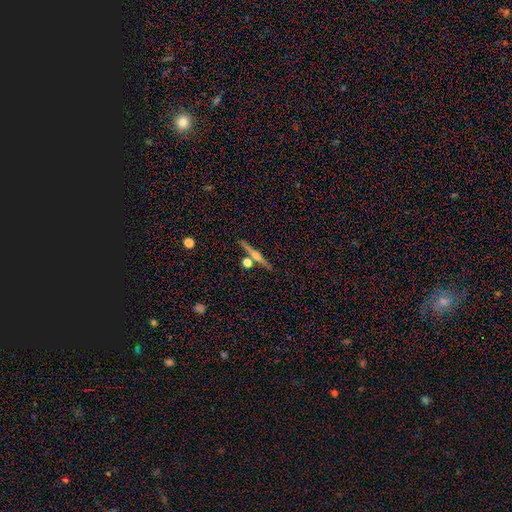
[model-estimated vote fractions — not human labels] smooth_or_featured: featured or disk (p=0.68) [alt: smooth p=0.24]
disk_edge_on: yes (p=0.97) [alt: no p=0.03]
edge_on_bulge: rounded (p=0.87) [alt: none p=0.07]
merging: none (p=0.82) [alt: merger p=0.09]